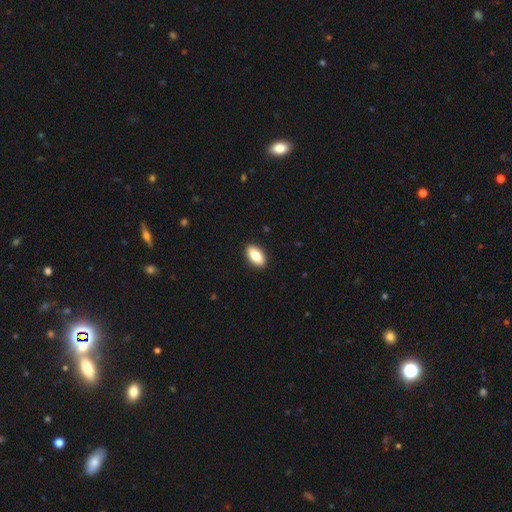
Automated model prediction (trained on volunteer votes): This is likely a smooth galaxy (80%). How rounded: clearly in between (90%). Merging: clearly none (91%).